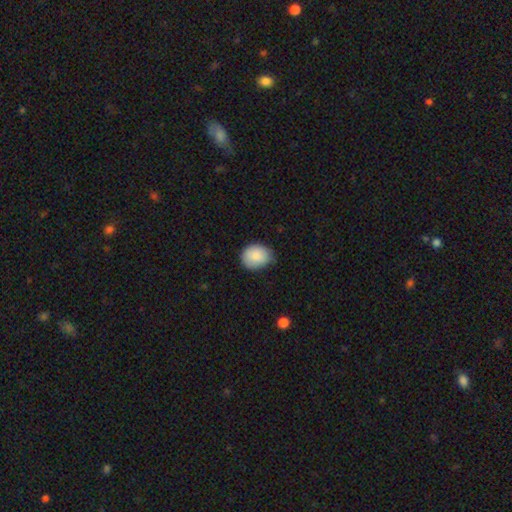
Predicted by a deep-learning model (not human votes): This is clearly a smooth galaxy (87%). How rounded: possibly round (52%). Merging: likely none (66%).